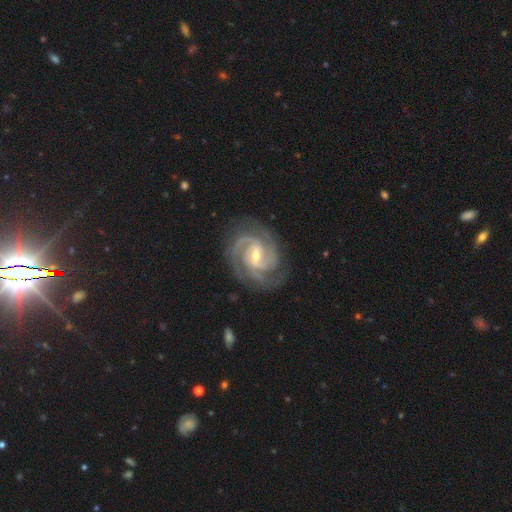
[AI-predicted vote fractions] smooth_or_featured: featured or disk (p=0.93) [alt: star or artifact p=0.04]
disk_edge_on: no (p=0.98) [alt: yes p=0.02]
bar: weak (p=0.49) [alt: no p=0.27]
has_spiral_arms: yes (p=0.99) [alt: no p=0.01]
spiral_winding: tight (p=0.61) [alt: medium p=0.35]
spiral_arm_count: 3 (p=0.46) [alt: 2 p=0.29]
bulge_size: small (p=0.54) [alt: moderate p=0.43]
merging: none (p=0.80) [alt: minor disturbance p=0.14]